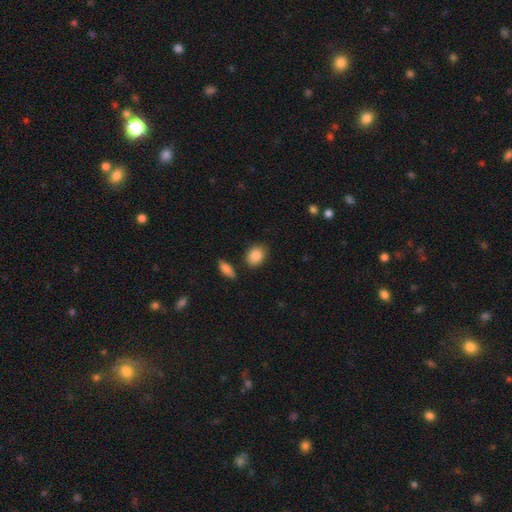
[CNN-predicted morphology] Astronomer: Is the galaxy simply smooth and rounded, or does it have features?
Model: smooth — 88%.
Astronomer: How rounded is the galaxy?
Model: in between — 56% (runner-up: round, 42%).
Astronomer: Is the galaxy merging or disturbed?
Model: none — 80%.